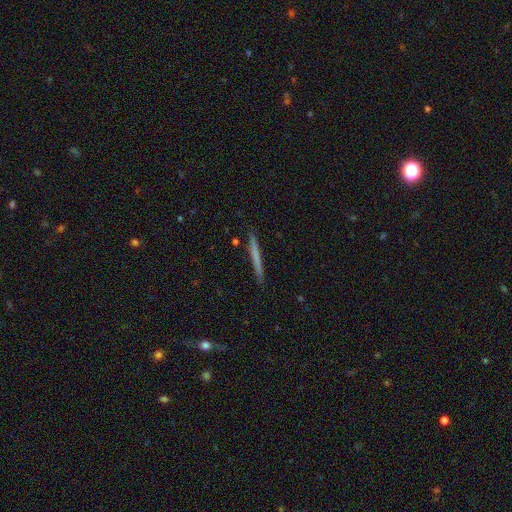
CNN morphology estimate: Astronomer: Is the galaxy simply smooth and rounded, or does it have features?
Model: smooth — 58% (runner-up: featured or disk, 36%).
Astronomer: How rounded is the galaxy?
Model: cigar-shaped — 97%.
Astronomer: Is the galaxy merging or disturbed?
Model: none — 91%.